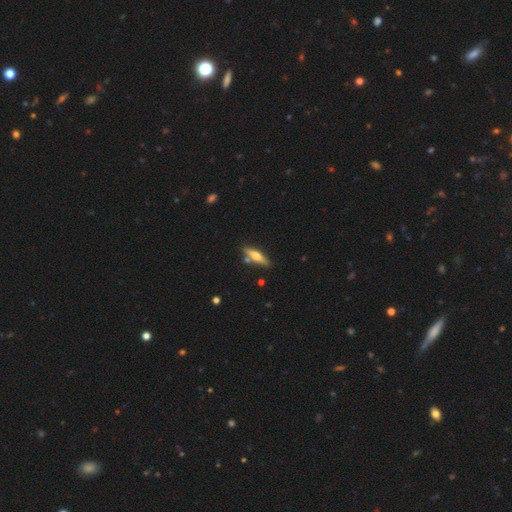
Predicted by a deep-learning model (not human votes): Q: Smooth or featured?
A: featured or disk (49%); runner-up: smooth (45%)
Q: Merging?
A: none (78%); runner-up: minor disturbance (12%)